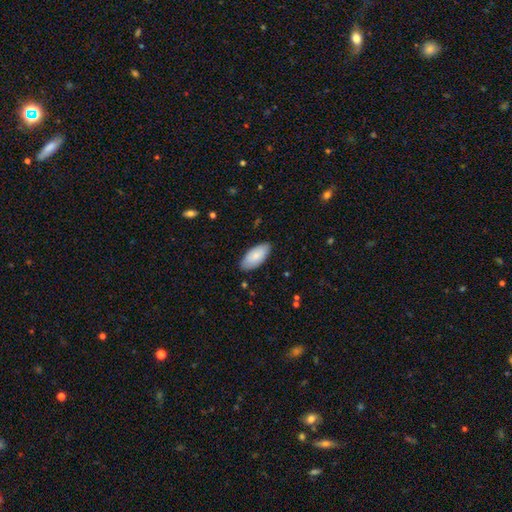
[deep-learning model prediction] Overall: smooth (83%). How rounded: in between (93%). Merging: none (84%).